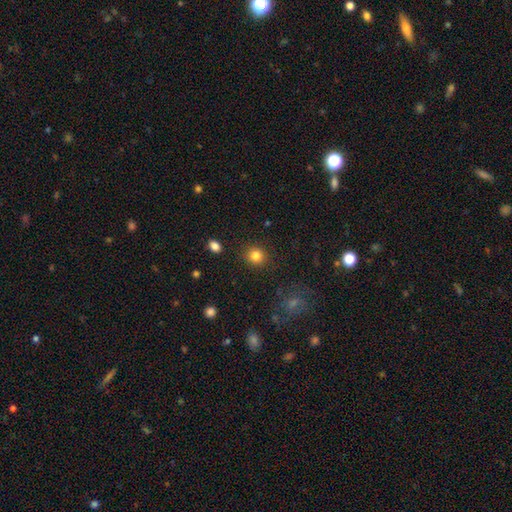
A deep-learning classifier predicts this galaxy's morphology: This is clearly a smooth galaxy (83%). How rounded: clearly round (88%). Merging: clearly none (89%).